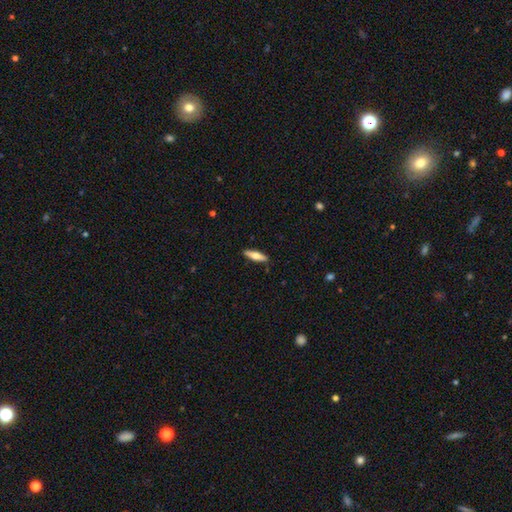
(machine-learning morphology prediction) smooth-or-featured: smooth: 61% | featured or disk: 33% | star or artifact: 5%
  how-rounded: cigar-shaped: 66% | in between: 32% | round: 2%
  merging: none: 89% | minor disturbance: 8% | major disturbance: 2% | merger: 1%